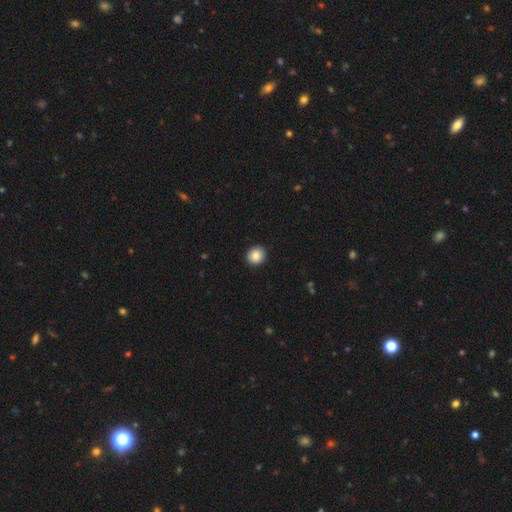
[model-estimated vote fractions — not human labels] Smooth or featured: smooth — 87% (star or artifact — 8%)
How rounded: round — 82% (in between — 17%)
Merging: none — 92% (minor disturbance — 5%)